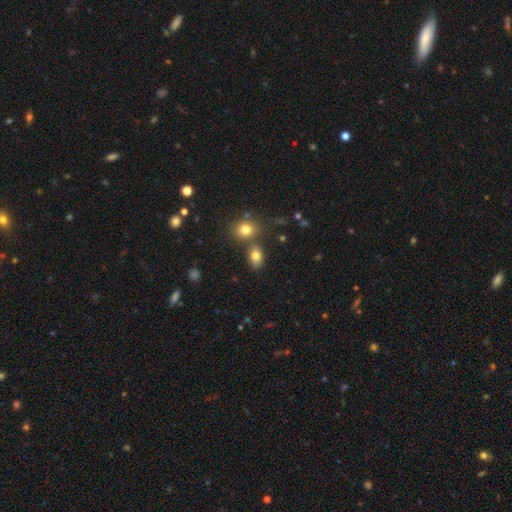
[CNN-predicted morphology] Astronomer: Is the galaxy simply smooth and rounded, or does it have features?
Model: smooth — 79%.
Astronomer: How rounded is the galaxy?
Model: in between — 73%.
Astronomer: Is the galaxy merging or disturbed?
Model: none — 63%.